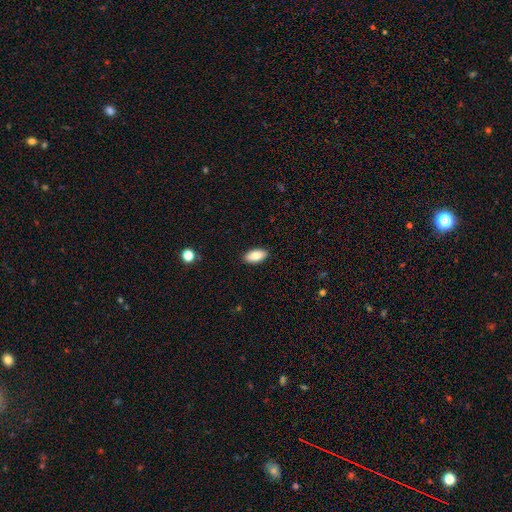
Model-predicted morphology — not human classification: This is clearly a smooth galaxy (86%). How rounded: clearly in between (92%). Merging: clearly none (90%).